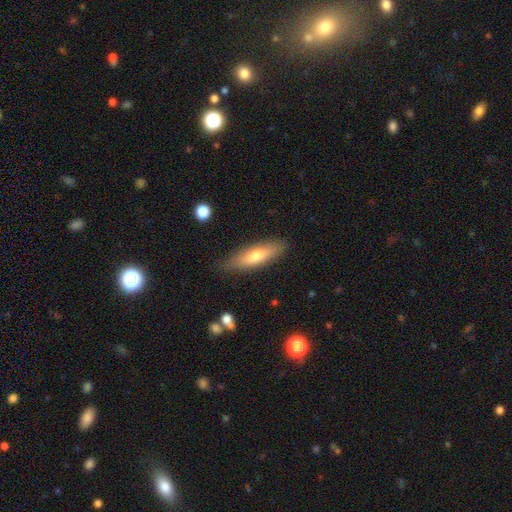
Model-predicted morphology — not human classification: The model was most divided on "how rounded": cigar-shaped: 63%, in between: 35%, round: 2%. More confident: merging — none (83%); smooth or featured — smooth (64%).